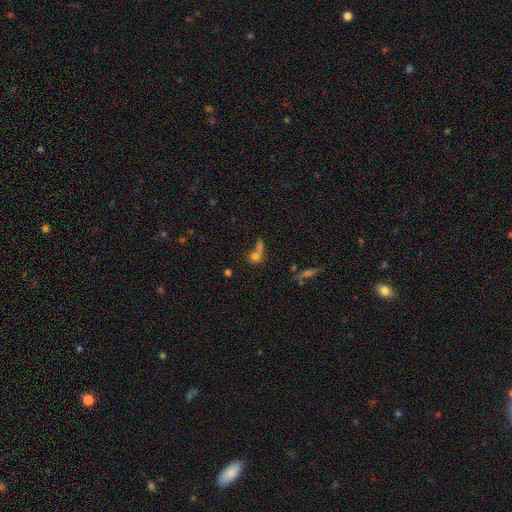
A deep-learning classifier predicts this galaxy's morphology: Smooth or featured?
  - smooth: 70% *
  - featured or disk: 15%
  - star or artifact: 15%
How rounded?
  - round: 67% *
  - in between: 28%
  - cigar-shaped: 5%
Merging?
  - merger: 45% *
  - none: 35%
  - major disturbance: 10%
  - minor disturbance: 10%